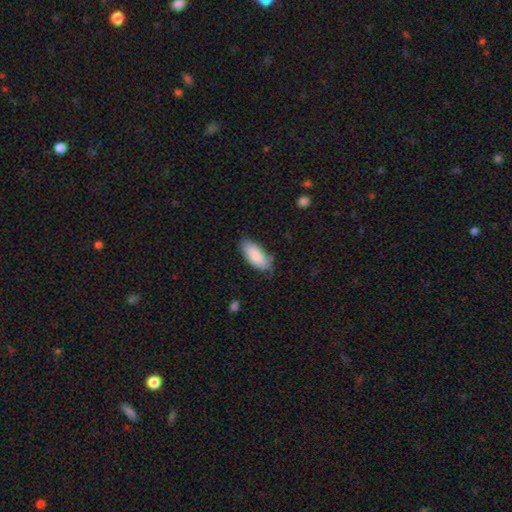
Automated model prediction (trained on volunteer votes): smooth-or-featured: smooth: 88% | featured or disk: 6% | star or artifact: 6%
  how-rounded: in between: 87% | cigar-shaped: 11% | round: 2%
  merging: none: 74% | minor disturbance: 21% | major disturbance: 4% | merger: 2%